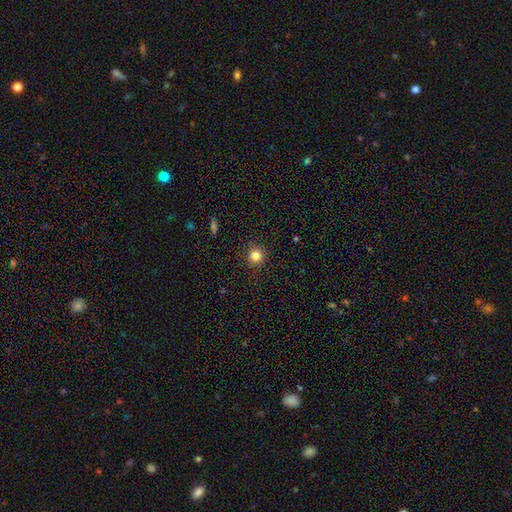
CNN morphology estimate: Smooth or featured: smooth — 83% (star or artifact — 12%)
How rounded: round — 94% (in between — 5%)
Merging: none — 91% (minor disturbance — 6%)